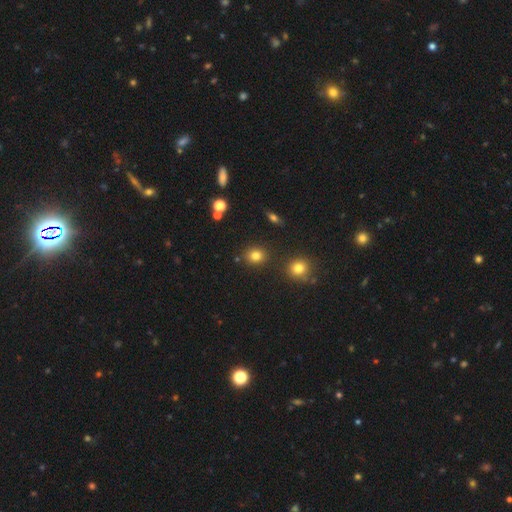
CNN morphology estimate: Smooth or featured? smooth (81%)
How rounded? round (69%)
Merging? none (84%)